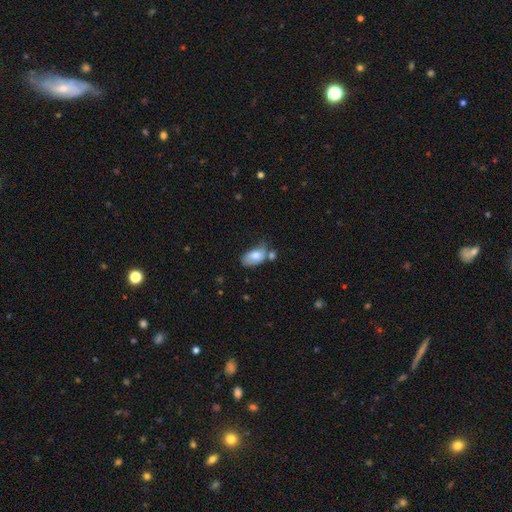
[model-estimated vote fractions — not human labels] smooth 75%, featured or disk 18%, star or artifact 7%. Down the decision tree: how rounded — in between (92%); merging — none (36%).